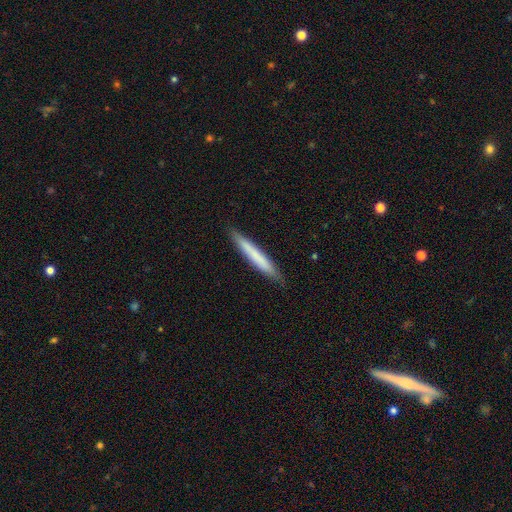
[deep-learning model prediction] smooth 68%, featured or disk 26%, star or artifact 6%. Down the decision tree: how rounded — cigar-shaped (96%); merging — none (88%).